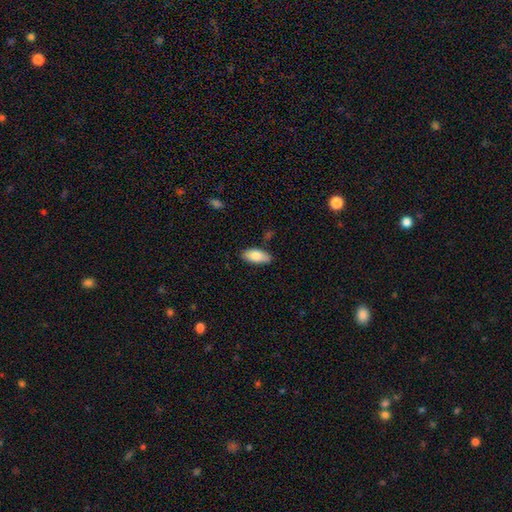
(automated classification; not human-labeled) This appears to be a smooth galaxy with no disk features (80%) that is in between round and cigar-shaped (89%). Merging: none (83%).